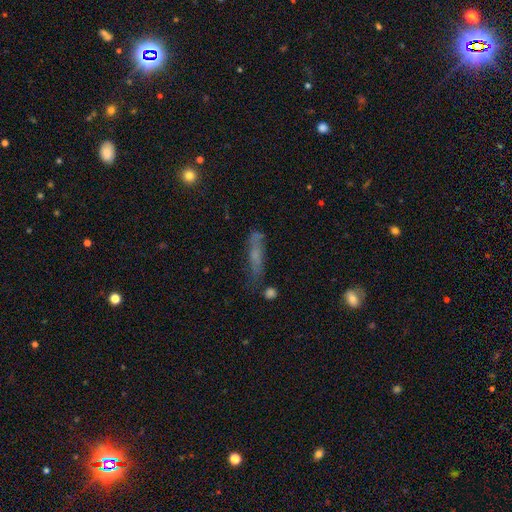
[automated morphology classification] This is possibly a smooth galaxy (51%). How rounded: likely cigar-shaped (79%). Merging: possibly none (60%).